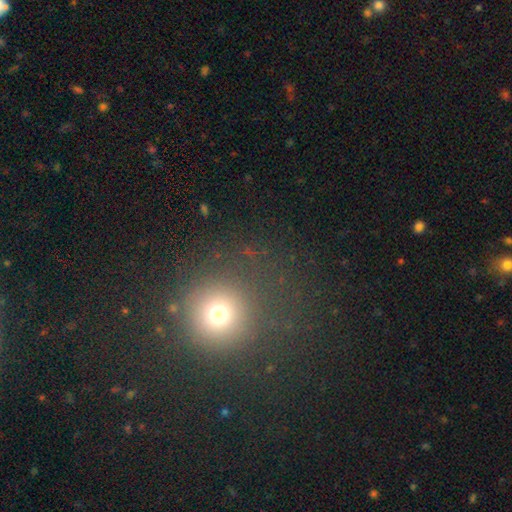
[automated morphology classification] Q: Smooth or featured?
A: smooth (64%); runner-up: star or artifact (29%)
Q: How rounded?
A: round (92%); runner-up: in between (7%)
Q: Merging?
A: none (80%); runner-up: minor disturbance (10%)